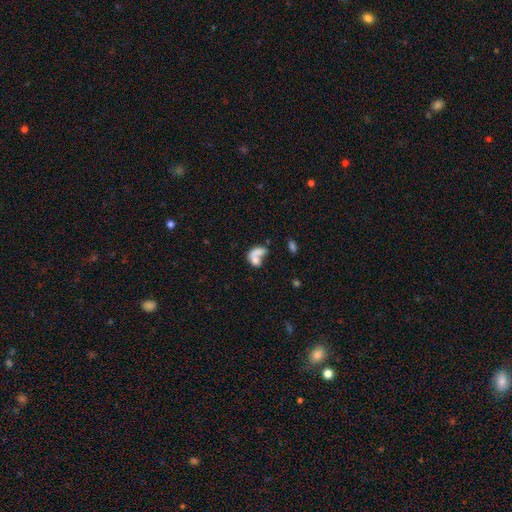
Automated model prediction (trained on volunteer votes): smooth-or-featured: smooth: 64% | featured or disk: 26% | star or artifact: 10%
  how-rounded: in between: 74% | round: 22% | cigar-shaped: 4%
  merging: merger: 58% | none: 20% | major disturbance: 14% | minor disturbance: 8%